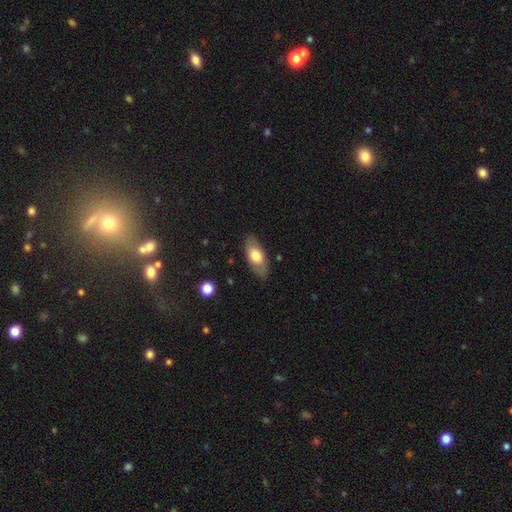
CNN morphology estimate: Q: Smooth or featured?
A: smooth (64%); runner-up: featured or disk (30%)
Q: How rounded?
A: in between (88%); runner-up: cigar-shaped (9%)
Q: Merging?
A: none (82%); runner-up: minor disturbance (13%)